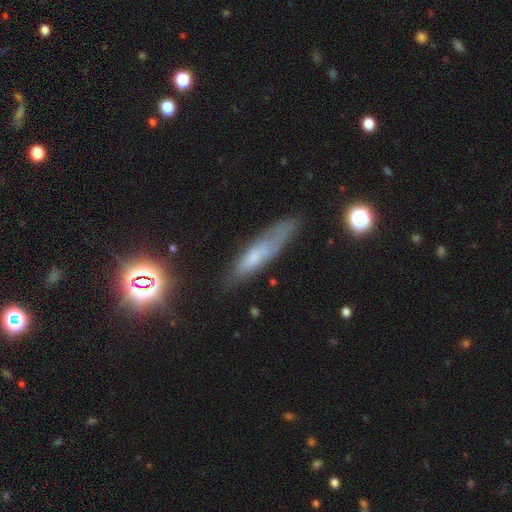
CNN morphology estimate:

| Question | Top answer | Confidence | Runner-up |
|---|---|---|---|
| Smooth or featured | smooth | 49% | featured or disk (39%) |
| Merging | none | 62% | minor disturbance (24%) |